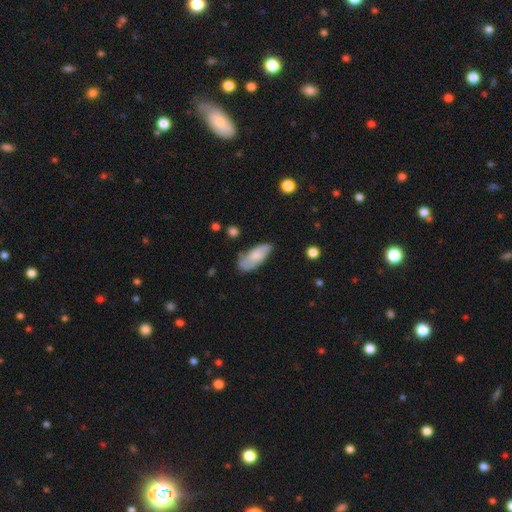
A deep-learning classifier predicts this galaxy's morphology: A smooth galaxy with no disk features (67%) that is in between round and cigar-shaped (82%).

Vote fractions:
- Smooth or featured? smooth: 67% / featured or disk: 26% / star or artifact: 7%
- How rounded? in between: 82% / cigar-shaped: 16% / round: 2%
- Merging? none: 55% / minor disturbance: 31% / major disturbance: 10% / merger: 4%